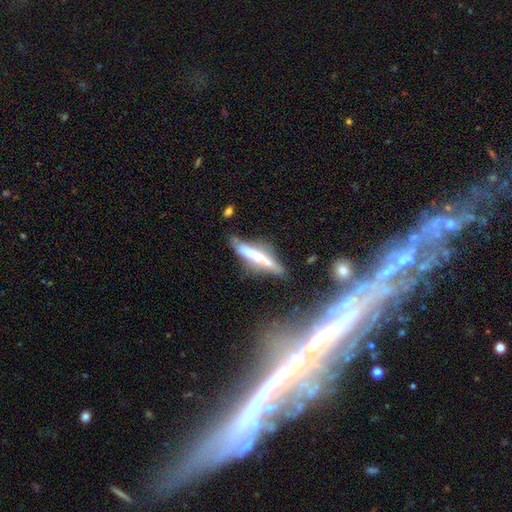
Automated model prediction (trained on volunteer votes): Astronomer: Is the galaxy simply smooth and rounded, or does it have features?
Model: featured or disk — 56% (runner-up: smooth, 37%).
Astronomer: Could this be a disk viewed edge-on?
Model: yes — 73%.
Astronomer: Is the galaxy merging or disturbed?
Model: none — 52%.